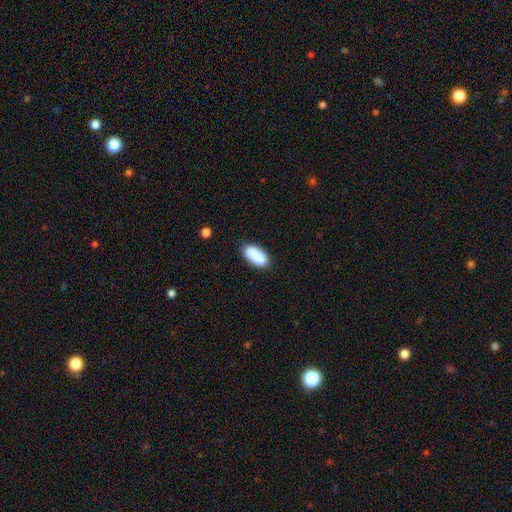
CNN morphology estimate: The model was most divided on "merging": none: 76%, minor disturbance: 14%, merger: 6%, major disturbance: 3%. More confident: how rounded — in between (89%); smooth or featured — smooth (85%).